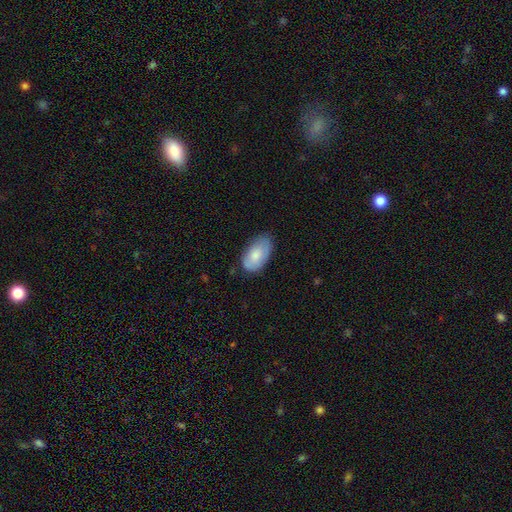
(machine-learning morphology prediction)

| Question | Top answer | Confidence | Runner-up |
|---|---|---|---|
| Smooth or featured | smooth | 76% | featured or disk (18%) |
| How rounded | in between | 94% | round (4%) |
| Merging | none | 67% | minor disturbance (26%) |